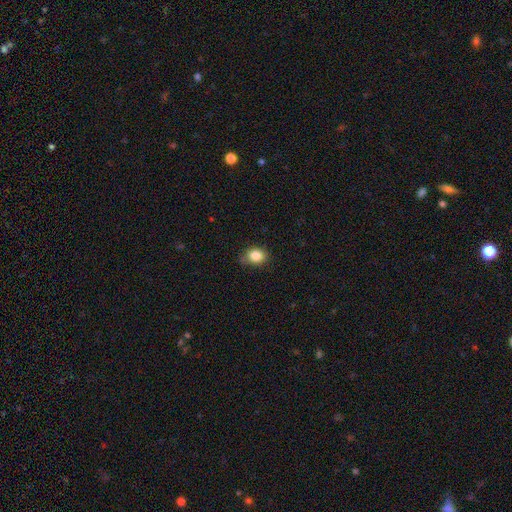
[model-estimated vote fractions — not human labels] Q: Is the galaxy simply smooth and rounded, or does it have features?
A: smooth — 84%.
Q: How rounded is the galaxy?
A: round — 50%.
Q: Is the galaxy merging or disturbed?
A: none — 70%.